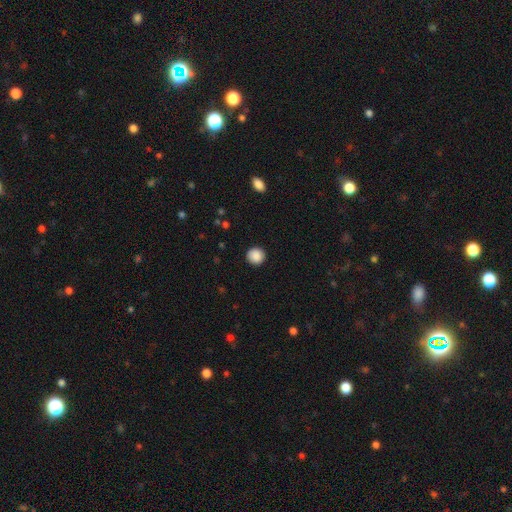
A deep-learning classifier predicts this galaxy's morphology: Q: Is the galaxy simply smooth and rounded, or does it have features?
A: smooth — 89%.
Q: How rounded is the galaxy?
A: round — 94%.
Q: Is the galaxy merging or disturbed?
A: none — 92%.